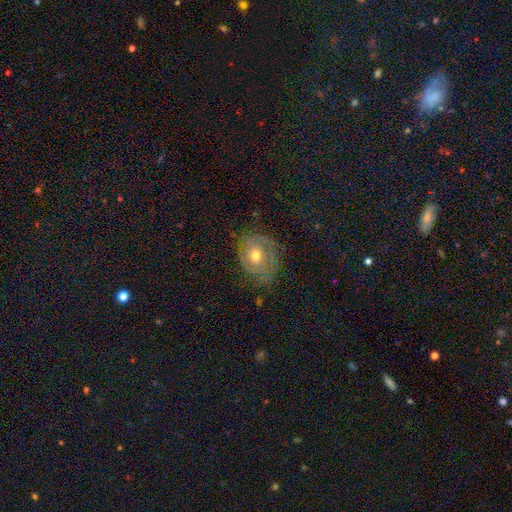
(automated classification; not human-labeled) featured or disk 71%, smooth 21%, star or artifact 8%. Down the decision tree: edge-on disk — no (96%); bar — no (75%); spiral arms — yes (84%); spiral arm count — can't tell (37%); spiral winding — tight (66%); bulge size — moderate (74%); merging — none (66%).